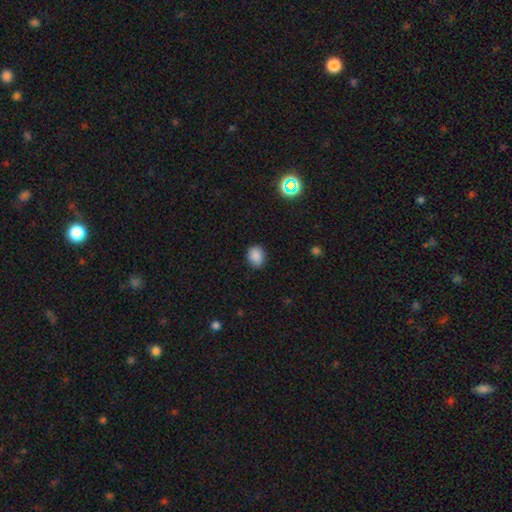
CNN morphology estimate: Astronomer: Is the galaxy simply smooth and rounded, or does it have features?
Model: smooth — 86%.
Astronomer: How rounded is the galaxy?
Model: round — 53% (runner-up: in between, 46%).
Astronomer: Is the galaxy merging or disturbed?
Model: none — 84%.